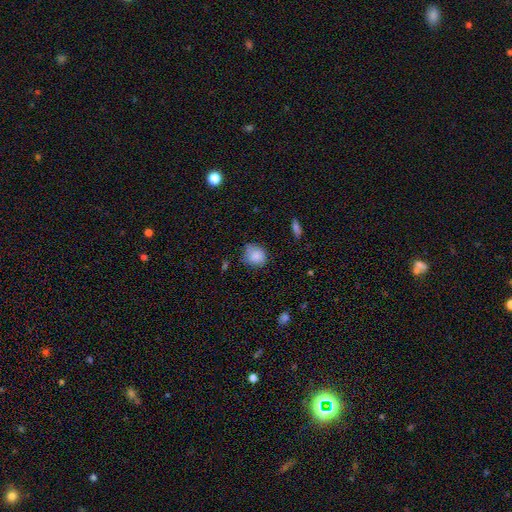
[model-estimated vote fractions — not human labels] Smooth or featured? smooth (84%)
How rounded? round (71%)
Merging? none (64%)